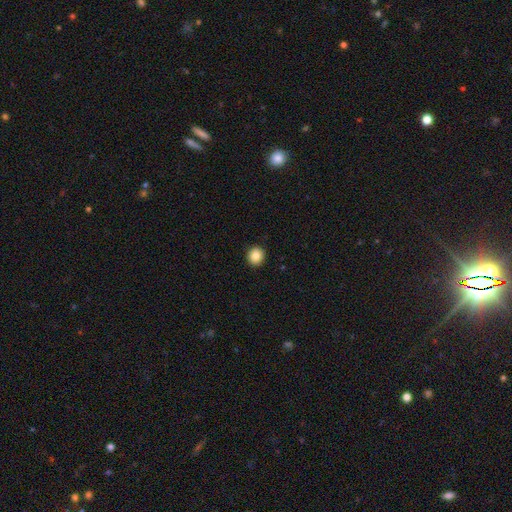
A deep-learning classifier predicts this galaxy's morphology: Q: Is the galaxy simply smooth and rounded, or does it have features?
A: smooth — 86%.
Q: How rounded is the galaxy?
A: round — 88%.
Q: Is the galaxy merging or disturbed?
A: none — 93%.